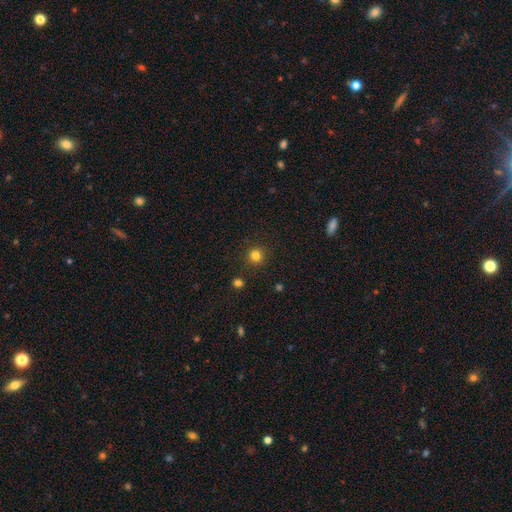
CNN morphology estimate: A smooth galaxy with no disk features (81%) that is round (93%).

Vote fractions:
- Smooth or featured? smooth: 81% / star or artifact: 14% / featured or disk: 5%
- How rounded? round: 93% / in between: 6% / cigar-shaped: 1%
- Merging? none: 90% / minor disturbance: 6% / major disturbance: 2% / merger: 2%